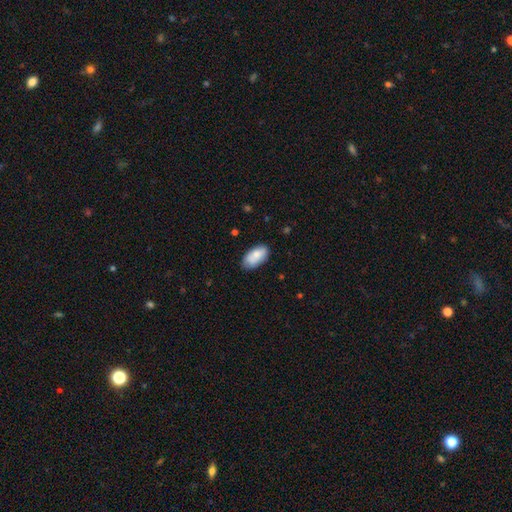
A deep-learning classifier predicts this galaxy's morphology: smooth 81%, featured or disk 13%, star or artifact 6%. Down the decision tree: how rounded — in between (95%); merging — none (79%).